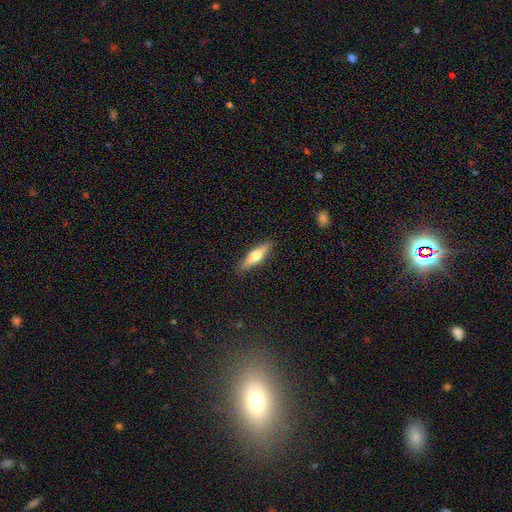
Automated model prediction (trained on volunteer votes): Smooth or featured: smooth — 51% (featured or disk — 44%)
How rounded: cigar-shaped — 70% (in between — 28%)
Merging: none — 88% (minor disturbance — 9%)